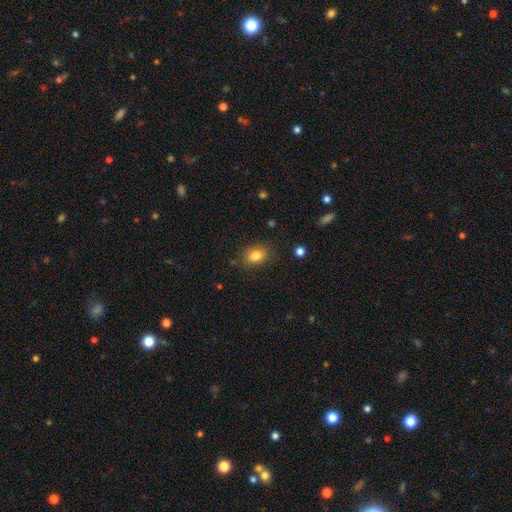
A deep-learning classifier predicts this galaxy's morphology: Smooth or featured: smooth — 83% (star or artifact — 10%)
How rounded: in between — 71% (round — 27%)
Merging: none — 83% (minor disturbance — 12%)